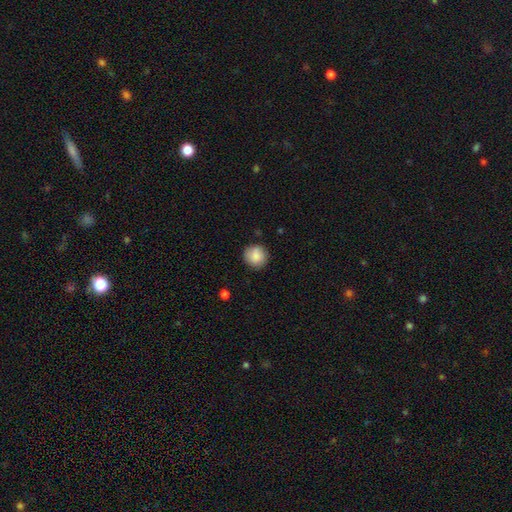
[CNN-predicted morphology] Overall: smooth (86%). How rounded: round (92%). Merging: none (84%).